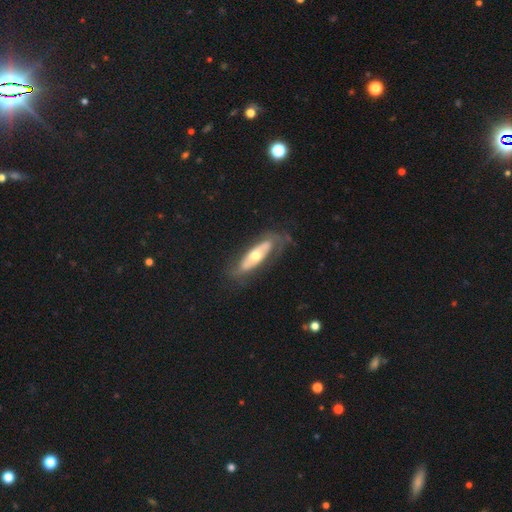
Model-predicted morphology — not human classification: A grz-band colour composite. It shows a featured or disk galaxy (61%). Merging: none (65%).